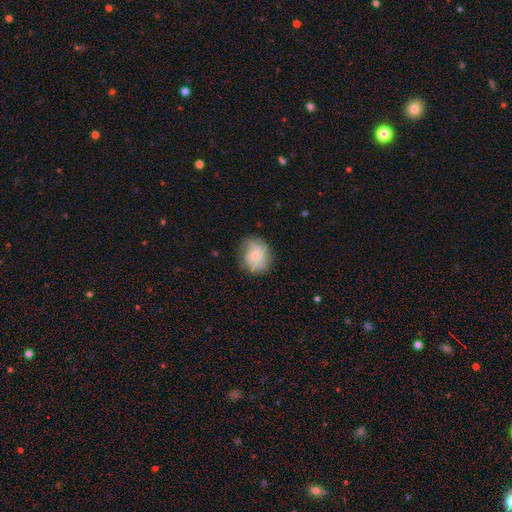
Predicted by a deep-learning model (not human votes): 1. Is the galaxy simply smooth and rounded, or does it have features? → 62% featured or disk, 31% smooth, 7% star or artifact.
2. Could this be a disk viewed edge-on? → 98% no, 2% yes.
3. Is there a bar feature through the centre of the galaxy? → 69% no, 27% weak, 4% strong.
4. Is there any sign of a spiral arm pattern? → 89% yes, 11% no.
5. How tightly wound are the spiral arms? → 51% tight, 36% medium, 12% loose.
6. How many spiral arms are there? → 47% 2, 26% can't tell, 14% 3, 6% 1, 4% 4, 3% more than 4.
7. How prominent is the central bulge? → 59% small, 36% moderate, 2% none, 2% large, 1% dominant.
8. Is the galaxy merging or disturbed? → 76% none, 18% minor disturbance, 5% major disturbance, 1% merger.